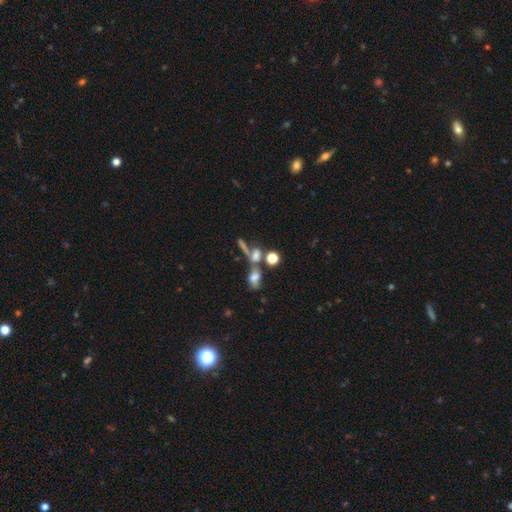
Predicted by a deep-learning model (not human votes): Overall: smooth (56%; featured or disk 24%). How rounded: in between (48%; round 34%). Merging: merger (45%; none 35%).